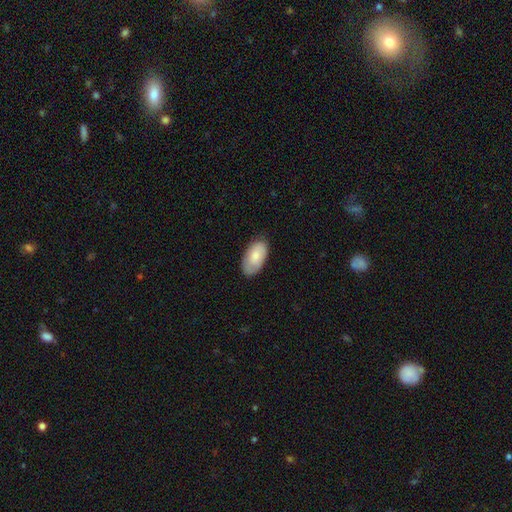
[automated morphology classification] smooth-or-featured: smooth: 79% | featured or disk: 15% | star or artifact: 6%
  how-rounded: in between: 95% | round: 3% | cigar-shaped: 2%
  merging: none: 77% | minor disturbance: 19% | major disturbance: 3% | merger: 1%